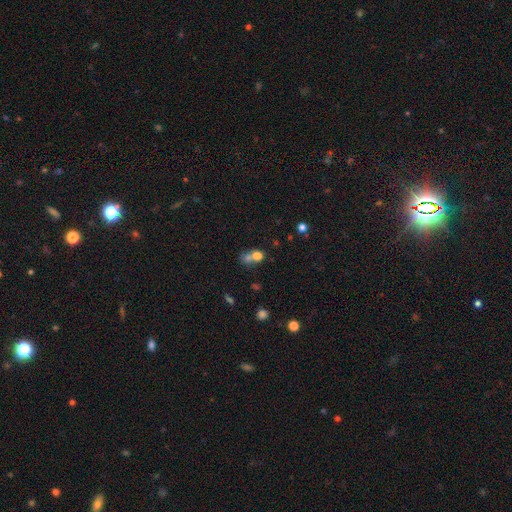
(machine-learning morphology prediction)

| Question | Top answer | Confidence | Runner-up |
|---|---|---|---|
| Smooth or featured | smooth | 68% | star or artifact (17%) |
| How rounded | round | 60% | in between (38%) |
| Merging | merger | 57% | none (30%) |